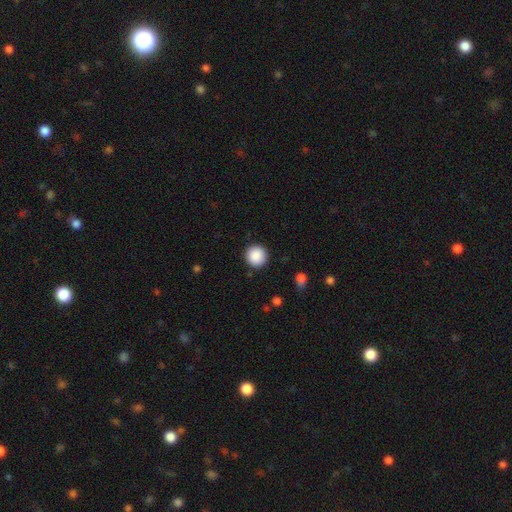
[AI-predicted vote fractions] Smooth or featured: smooth — 89% (star or artifact — 8%)
How rounded: round — 95% (in between — 4%)
Merging: none — 91% (minor disturbance — 6%)